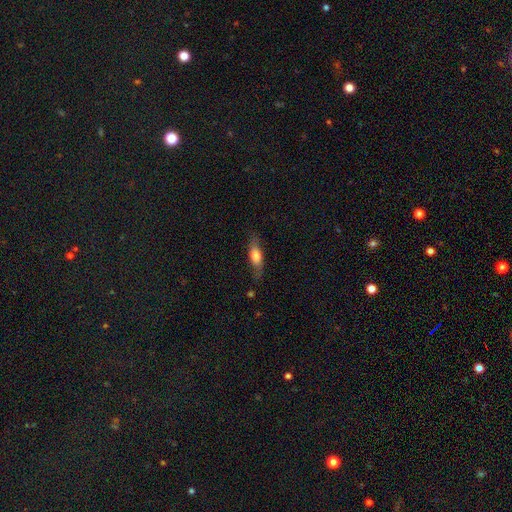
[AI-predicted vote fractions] Overall: smooth (62%; featured or disk 31%). How rounded: in between (56%; cigar-shaped 40%). Merging: none (70%).